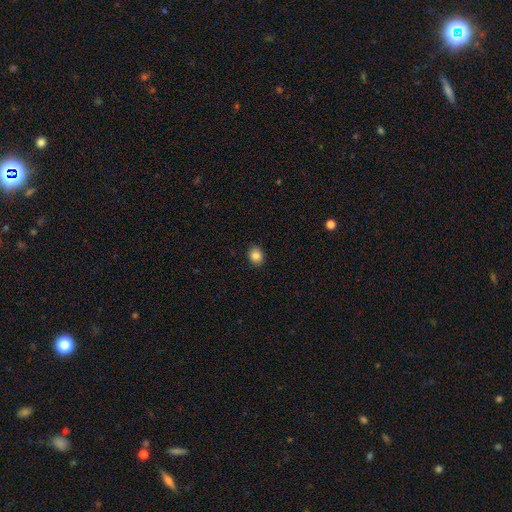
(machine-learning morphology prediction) Q: Smooth or featured?
A: smooth (85%); runner-up: star or artifact (10%)
Q: How rounded?
A: round (55%); runner-up: in between (44%)
Q: Merging?
A: none (90%); runner-up: minor disturbance (7%)